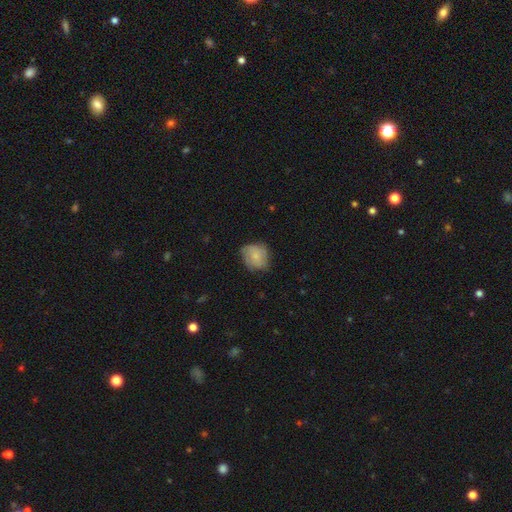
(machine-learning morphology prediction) Smooth or featured? Predicted: smooth (p=0.64). How rounded? Predicted: round (p=0.65). Merging? Predicted: none (p=0.57).